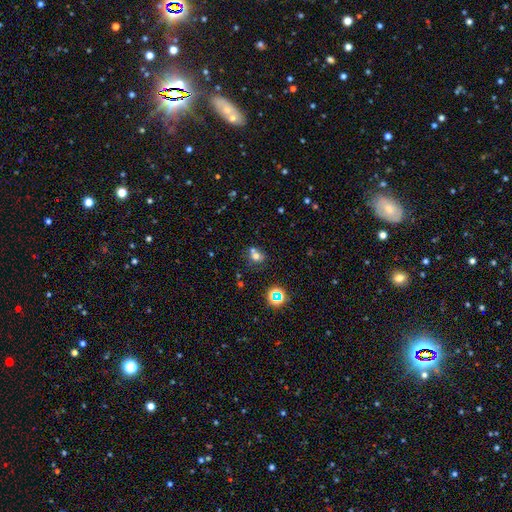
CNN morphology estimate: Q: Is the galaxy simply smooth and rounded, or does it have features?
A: smooth — 64%.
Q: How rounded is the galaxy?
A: round — 71%.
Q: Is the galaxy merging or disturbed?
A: none — 46%.